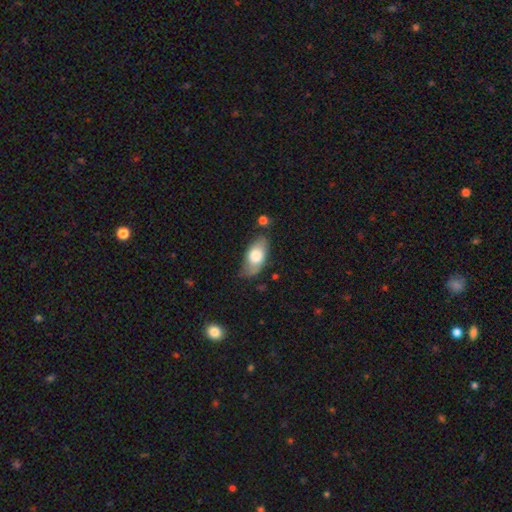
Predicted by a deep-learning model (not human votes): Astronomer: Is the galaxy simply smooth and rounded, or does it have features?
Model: smooth — 70%.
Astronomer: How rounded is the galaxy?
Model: in between — 90%.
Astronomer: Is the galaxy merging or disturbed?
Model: none — 68%.